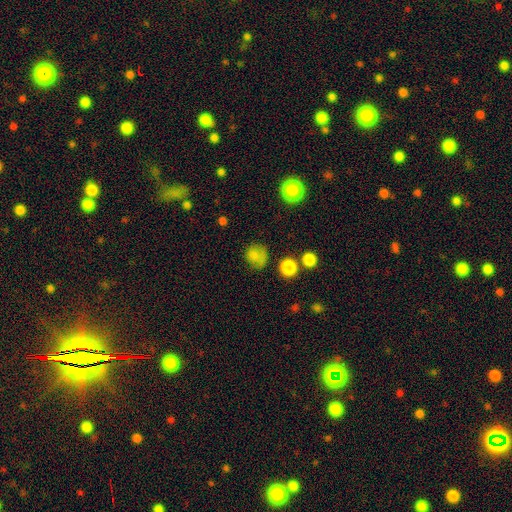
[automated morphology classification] type=smooth (75%); roundness=round (74%); merging=none (54%).